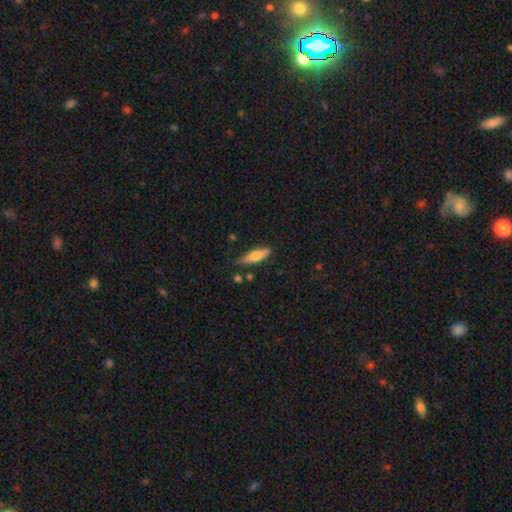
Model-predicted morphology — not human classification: type=smooth (65%); roundness=cigar-shaped (65%); merging=none (74%).